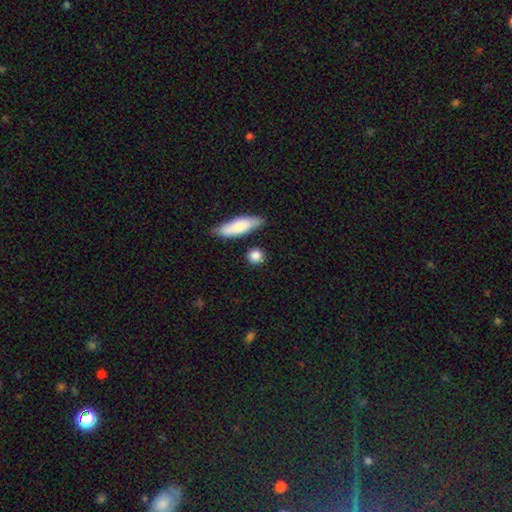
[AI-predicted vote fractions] smooth 85%, featured or disk 8%, star or artifact 7%. Down the decision tree: how rounded — round (73%); merging — none (81%).